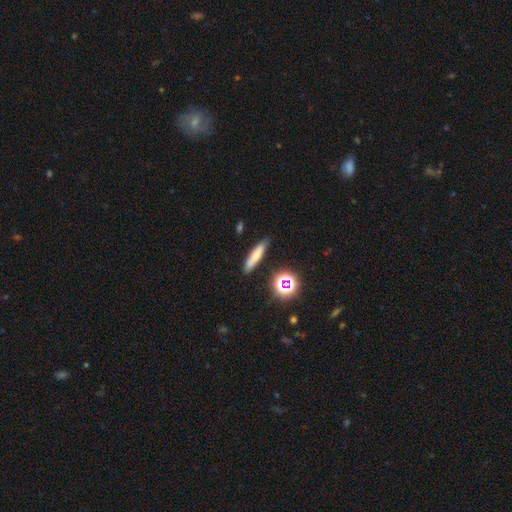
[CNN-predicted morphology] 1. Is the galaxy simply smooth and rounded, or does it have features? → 67% smooth, 19% featured or disk, 13% star or artifact.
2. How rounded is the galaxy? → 79% cigar-shaped, 16% in between, 5% round.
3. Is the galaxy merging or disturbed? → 83% none, 12% minor disturbance, 3% major disturbance, 3% merger.